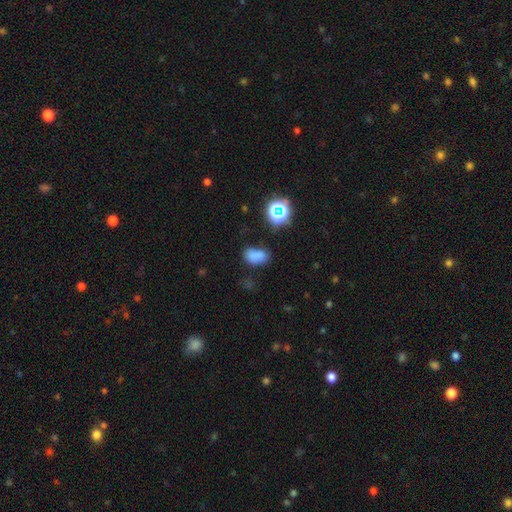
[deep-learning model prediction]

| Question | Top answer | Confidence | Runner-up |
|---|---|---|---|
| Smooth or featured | smooth | 74% | star or artifact (19%) |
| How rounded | in between | 87% | round (12%) |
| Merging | none | 63% | minor disturbance (22%) |